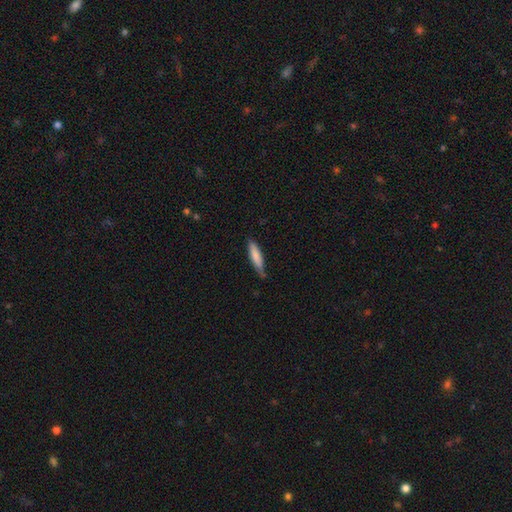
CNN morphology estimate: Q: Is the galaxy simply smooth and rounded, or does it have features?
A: smooth — 78%.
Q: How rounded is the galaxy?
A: cigar-shaped — 77%.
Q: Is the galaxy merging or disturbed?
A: none — 67%.